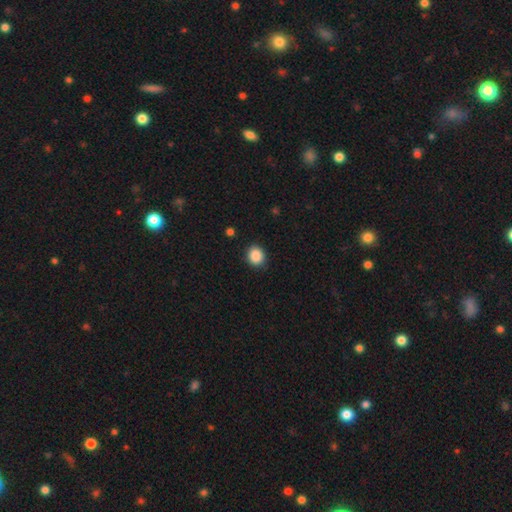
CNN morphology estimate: The model was most divided on "how rounded": round: 75%, in between: 24%, cigar-shaped: 1%. More confident: merging — none (90%); smooth or featured — smooth (88%).